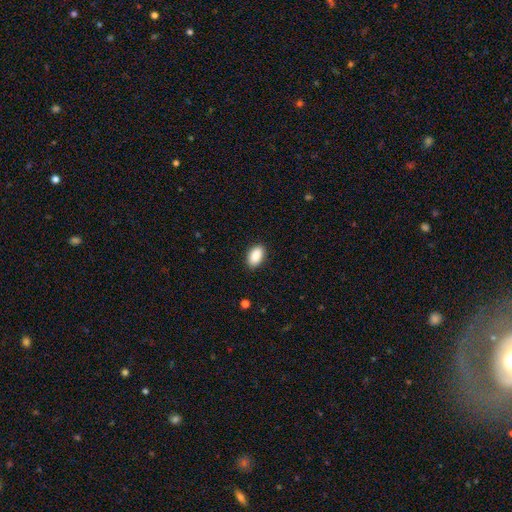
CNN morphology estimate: A smooth galaxy with no disk features (90%) that is in between round and cigar-shaped (92%).

Vote fractions:
- Smooth or featured? smooth: 90% / star or artifact: 7% / featured or disk: 3%
- How rounded? in between: 92% / round: 7% / cigar-shaped: 2%
- Merging? none: 88% / minor disturbance: 9% / major disturbance: 2% / merger: 1%